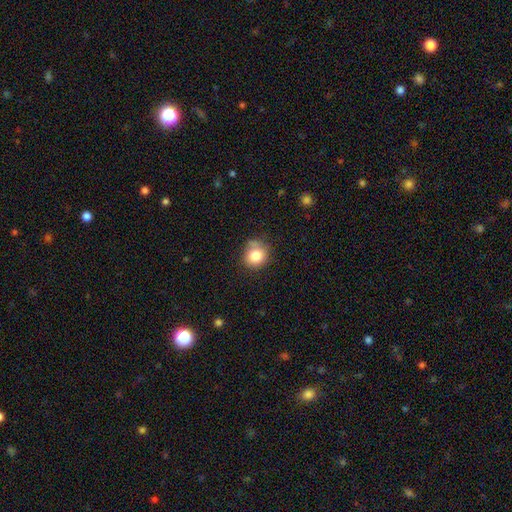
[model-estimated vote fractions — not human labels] Smooth or featured? Predicted: smooth (p=0.81). How rounded? Predicted: round (p=0.82). Merging? Predicted: none (p=0.65).